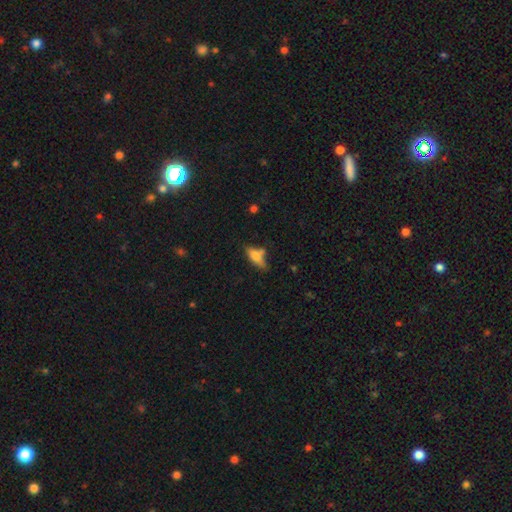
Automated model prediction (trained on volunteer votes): Morphology: type=smooth (63%); roundness=in between (60%); merging=none (53%).